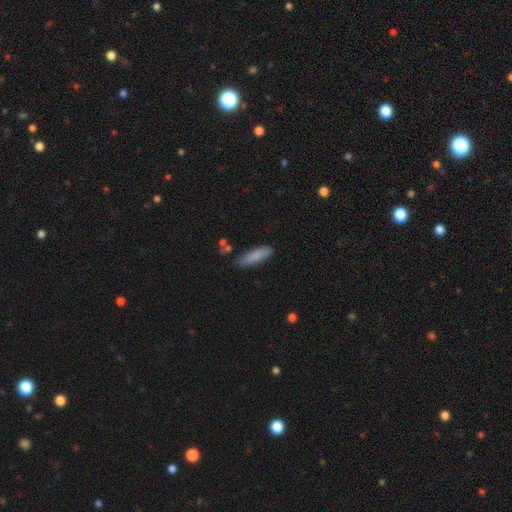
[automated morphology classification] Smooth or featured?
  - smooth: 84% *
  - featured or disk: 10%
  - star or artifact: 7%
How rounded?
  - cigar-shaped: 61% *
  - in between: 37%
  - round: 2%
Merging?
  - none: 79% *
  - minor disturbance: 15%
  - merger: 3%
  - major disturbance: 3%